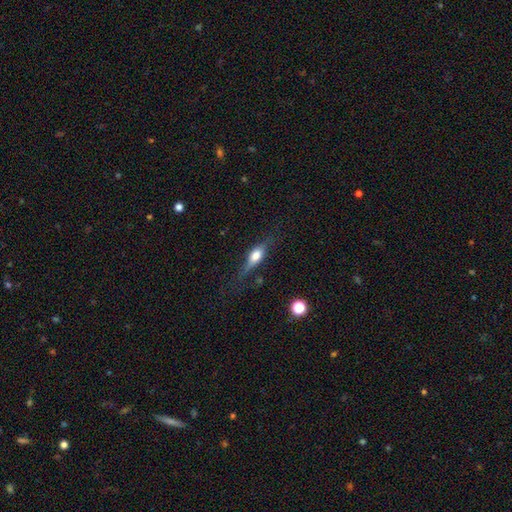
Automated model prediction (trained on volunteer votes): A smooth galaxy with no disk features (53%) that is in between round and cigar-shaped (57%). Merging: none (60%).